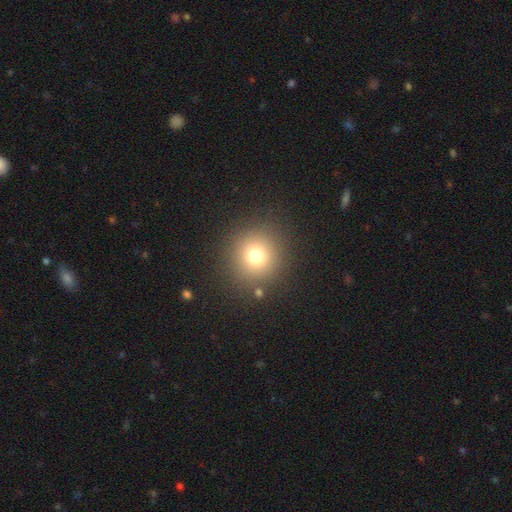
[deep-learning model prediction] smooth-or-featured: smooth: 74% | star or artifact: 17% | featured or disk: 9%
  how-rounded: round: 94% | in between: 5% | cigar-shaped: 1%
  merging: none: 88% | minor disturbance: 6% | major disturbance: 3% | merger: 3%